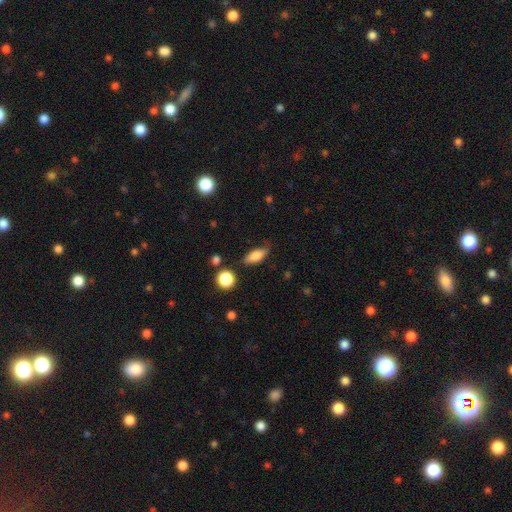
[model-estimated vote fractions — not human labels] Overall: smooth (75%). How rounded: in between (75%). Merging: none (66%).